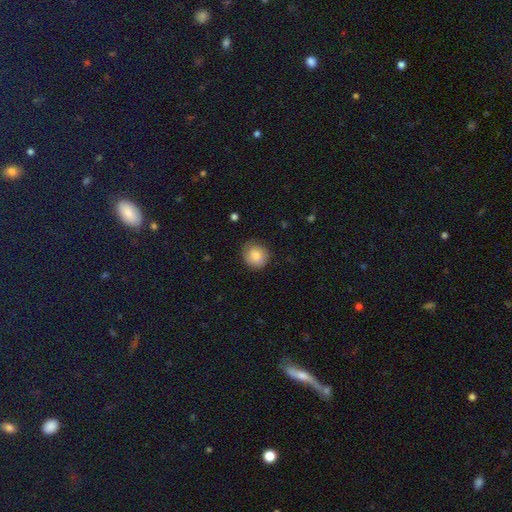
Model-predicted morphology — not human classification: smooth 74%, featured or disk 18%, star or artifact 8%. Down the decision tree: how rounded — round (82%); merging — none (76%).